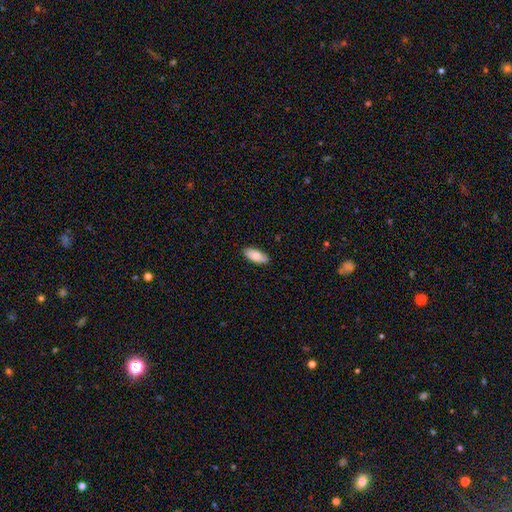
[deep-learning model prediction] Q: Smooth or featured?
A: smooth (82%); runner-up: featured or disk (12%)
Q: How rounded?
A: in between (86%); runner-up: cigar-shaped (12%)
Q: Merging?
A: none (88%); runner-up: minor disturbance (10%)